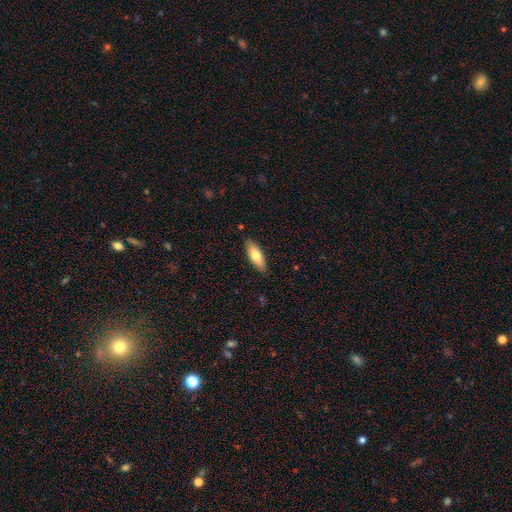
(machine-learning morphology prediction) This appears to be a smooth galaxy with no disk features (75%) that is in between round and cigar-shaped (65%). Merging: none (87%).